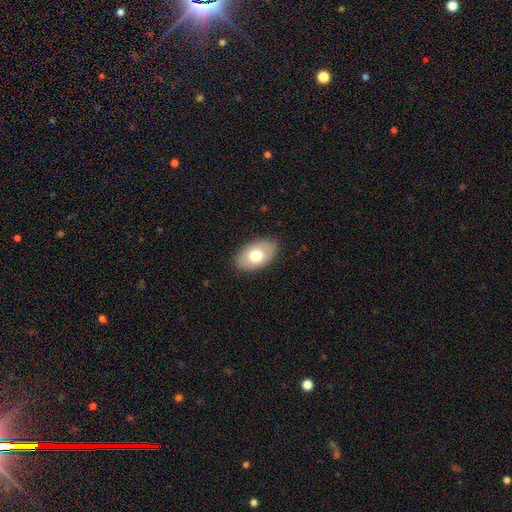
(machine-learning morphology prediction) A smooth galaxy with no disk features (71%) that is in between round and cigar-shaped (93%). Merging: none (86%).